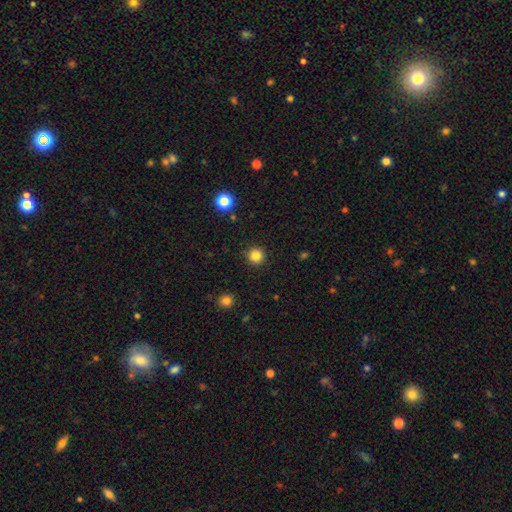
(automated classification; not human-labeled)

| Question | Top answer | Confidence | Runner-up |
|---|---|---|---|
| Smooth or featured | smooth | 84% | star or artifact (12%) |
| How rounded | round | 96% | in between (3%) |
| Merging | none | 92% | minor disturbance (5%) |